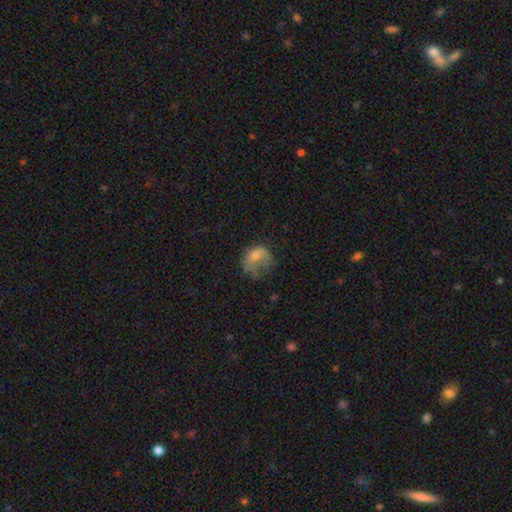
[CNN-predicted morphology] smooth 59%, featured or disk 28%, star or artifact 13%. Down the decision tree: how rounded — round (52%); merging — major disturbance (46%).